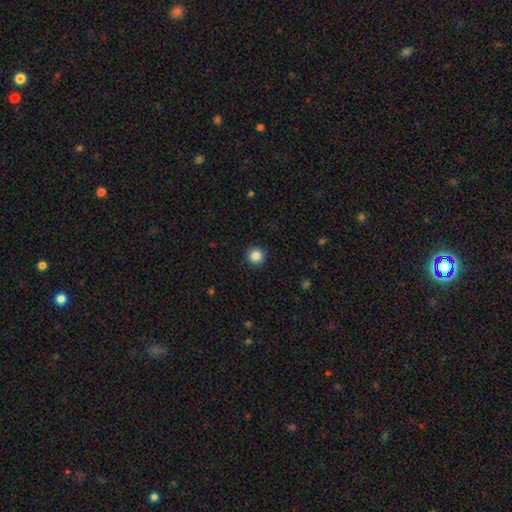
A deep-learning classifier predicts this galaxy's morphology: A smooth galaxy with no disk features (86%) that is round (95%). Merging: none (93%).